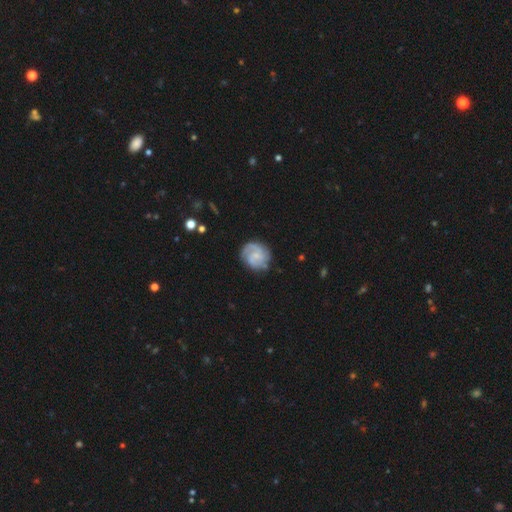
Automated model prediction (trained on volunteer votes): Smooth or featured?
  - featured or disk: 72% *
  - smooth: 22%
  - star or artifact: 6%
Edge-on disk?
  - no: 98% *
  - yes: 2%
Bar?
  - no: 59% *
  - weak: 36%
  - strong: 5%
Spiral arms?
  - yes: 93% *
  - no: 7%
Spiral winding?
  - tight: 44% *
  - medium: 42%
  - loose: 14%
Spiral arm count?
  - 2: 42% *
  - 3: 24%
  - can't tell: 20%
  - 1: 5%
  - 4: 5%
  - more than 4: 4%
Bulge size?
  - small: 59% *
  - moderate: 20%
  - none: 19%
  - large: 1%
  - dominant: 1%
Merging?
  - none: 74% *
  - minor disturbance: 17%
  - major disturbance: 7%
  - merger: 2%